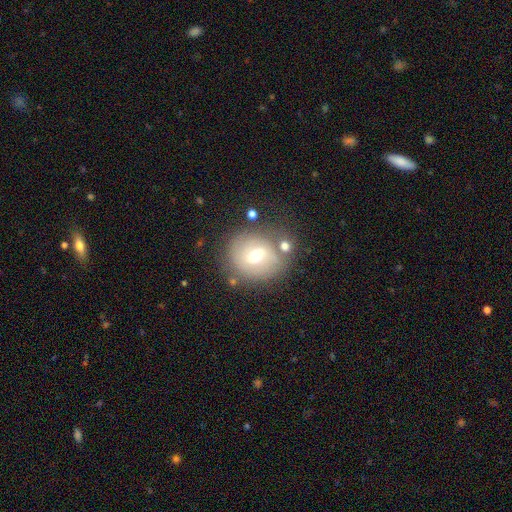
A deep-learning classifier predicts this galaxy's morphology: A smooth galaxy with no disk features (47%).

Vote fractions:
- Smooth or featured? smooth: 47% / featured or disk: 42% / star or artifact: 11%
- Merging? none: 70% / minor disturbance: 16% / merger: 8% / major disturbance: 6%